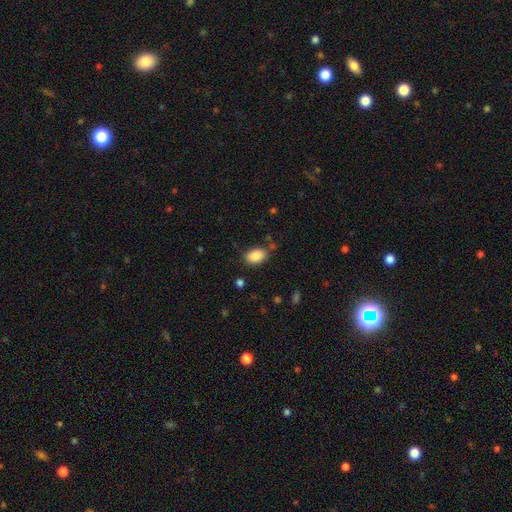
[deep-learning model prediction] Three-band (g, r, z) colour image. It shows a smooth galaxy with no disk features (88%) that is in between round and cigar-shaped (88%). Merging: none (78%).